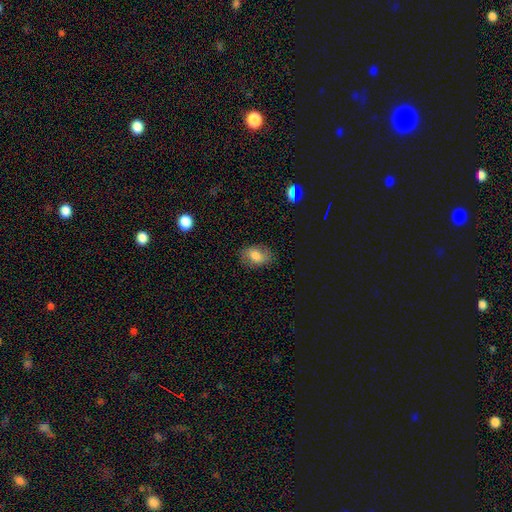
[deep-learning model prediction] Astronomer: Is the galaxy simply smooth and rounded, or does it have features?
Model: smooth — 74%.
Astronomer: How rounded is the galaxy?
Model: in between — 82%.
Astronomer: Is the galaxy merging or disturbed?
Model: none — 79%.